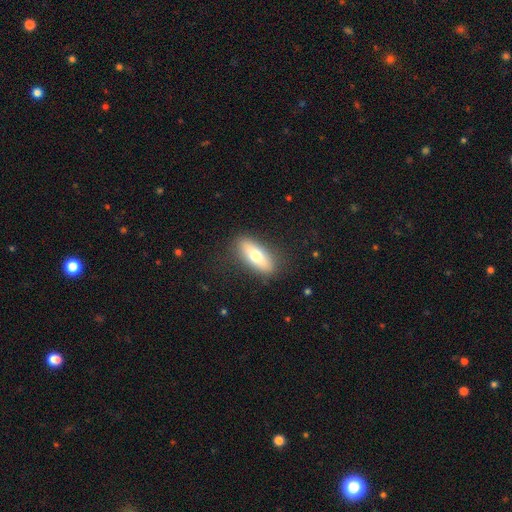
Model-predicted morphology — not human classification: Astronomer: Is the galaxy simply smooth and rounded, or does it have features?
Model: smooth — 66%.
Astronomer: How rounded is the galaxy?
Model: in between — 63%.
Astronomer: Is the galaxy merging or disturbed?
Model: none — 86%.